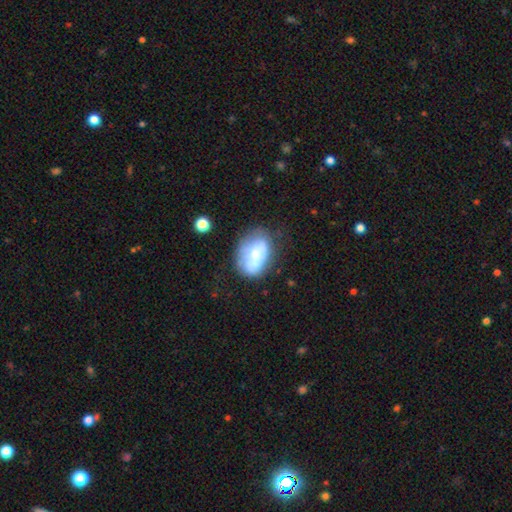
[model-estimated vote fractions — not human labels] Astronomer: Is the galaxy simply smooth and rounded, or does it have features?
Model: smooth — 61%.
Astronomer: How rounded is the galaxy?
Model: in between — 84%.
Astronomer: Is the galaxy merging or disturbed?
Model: none — 50% (runner-up: minor disturbance, 29%).